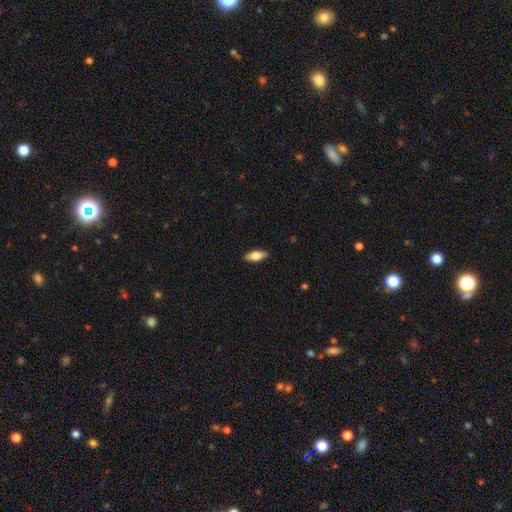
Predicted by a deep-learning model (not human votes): smooth 77%, featured or disk 17%, star or artifact 6%. Down the decision tree: how rounded — in between (80%); merging — none (88%).